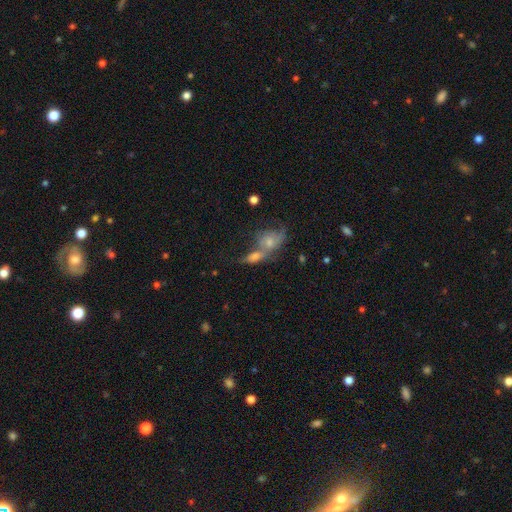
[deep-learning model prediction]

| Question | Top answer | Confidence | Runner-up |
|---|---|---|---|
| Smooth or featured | smooth | 43% | featured or disk (41%) |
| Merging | merger | 52% | none (29%) |